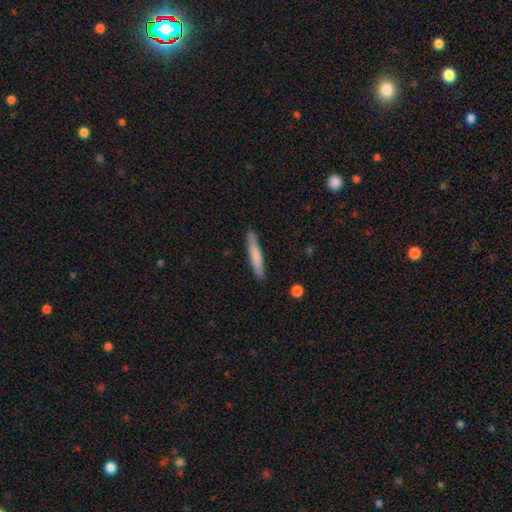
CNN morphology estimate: The model was most divided on "smooth or featured": smooth: 75%, featured or disk: 20%, star or artifact: 5%. More confident: how rounded — cigar-shaped (95%); merging — none (89%).